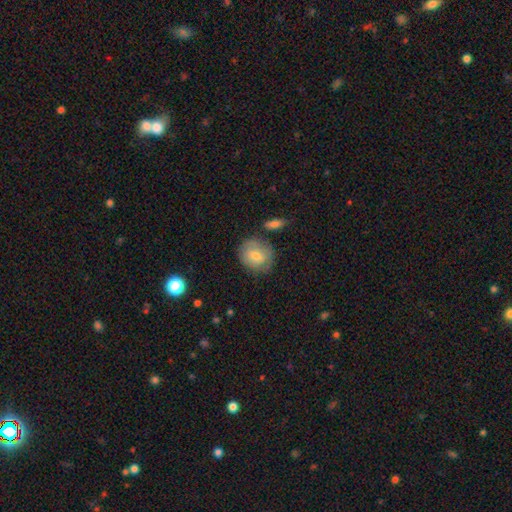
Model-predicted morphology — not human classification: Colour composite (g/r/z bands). It shows a smooth galaxy with no disk features (73%) that is round (76%). Merging: none (70%).